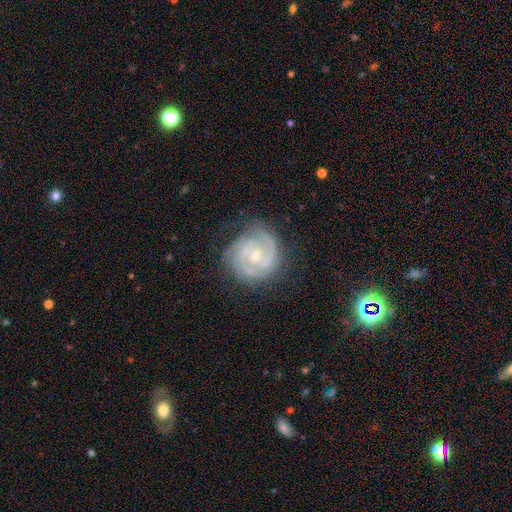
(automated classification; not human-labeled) smooth-or-featured: featured or disk: 87% | smooth: 8% | star or artifact: 5%
  disk-edge-on: no: 98% | yes: 2%
    bar: no: 70% | weak: 25% | strong: 5%
    has-spiral-arms: yes: 97% | no: 3%
      spiral-winding: tight: 68% | medium: 28% | loose: 5%
      spiral-arm-count: 2: 35% | 3: 32% | can't tell: 17% | 4: 7% | 1: 5% | more than 4: 5%
    bulge-size: small: 68% | moderate: 29% | none: 1% | large: 1% | dominant: 1%
  merging: none: 74% | minor disturbance: 18% | major disturbance: 6% | merger: 1%